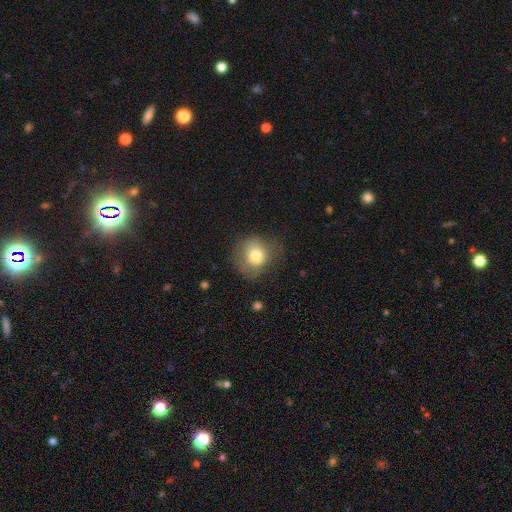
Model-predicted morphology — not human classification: Smooth or featured? Predicted: smooth (p=0.76). How rounded? Predicted: round (p=0.74). Merging? Predicted: none (p=0.57).